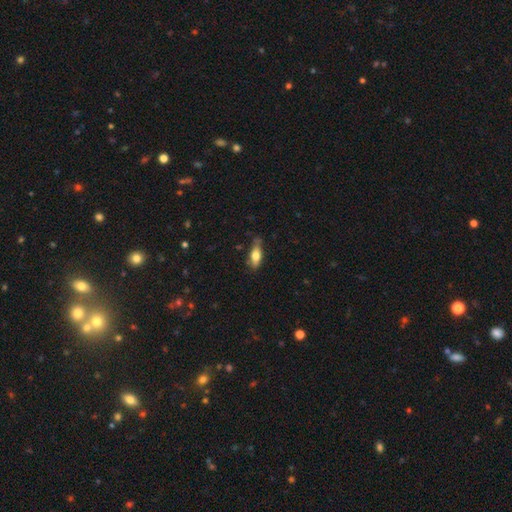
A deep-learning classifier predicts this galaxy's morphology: smooth-or-featured: smooth: 65% | featured or disk: 29% | star or artifact: 6%
  how-rounded: in between: 64% | cigar-shaped: 33% | round: 3%
  merging: none: 72% | minor disturbance: 22% | major disturbance: 4% | merger: 2%